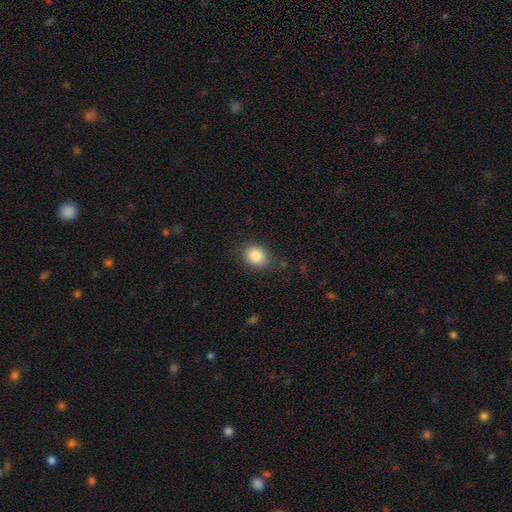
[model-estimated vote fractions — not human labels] Smooth or featured: smooth — 85% (star or artifact — 9%)
How rounded: round — 56% (in between — 43%)
Merging: none — 85% (minor disturbance — 11%)